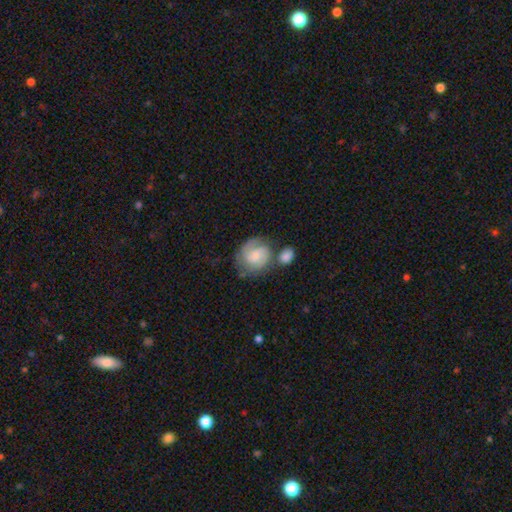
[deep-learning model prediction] Smooth or featured?
  - featured or disk: 54% *
  - smooth: 39%
  - star or artifact: 7%
Edge-on disk?
  - no: 97% *
  - yes: 3%
Bar?
  - no: 53% *
  - weak: 40%
  - strong: 7%
Spiral arms?
  - yes: 87% *
  - no: 13%
Bulge size?
  - small: 42% *
  - moderate: 34%
  - none: 15%
  - large: 8%
  - dominant: 2%
Merging?
  - none: 48% *
  - merger: 24%
  - minor disturbance: 19%
  - major disturbance: 10%